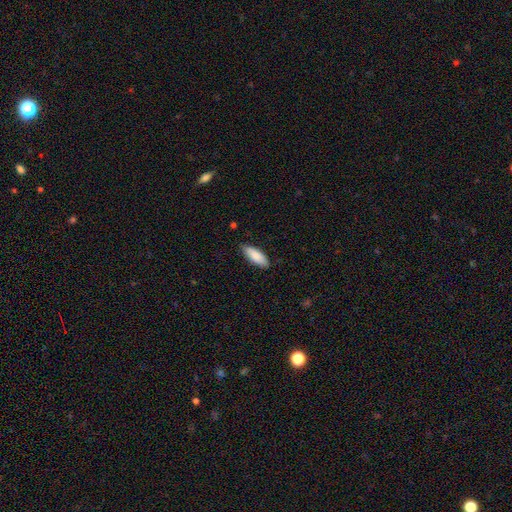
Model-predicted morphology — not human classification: Smooth or featured? smooth (87%)
How rounded? in between (76%)
Merging? none (79%)